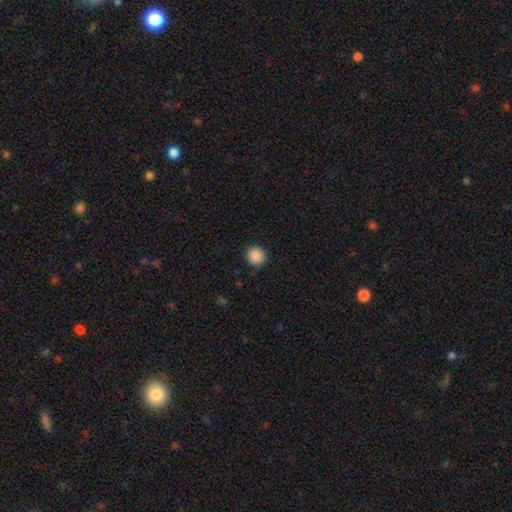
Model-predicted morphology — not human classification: Smooth or featured? Predicted: smooth (p=0.89). How rounded? Predicted: round (p=0.91). Merging? Predicted: none (p=0.90).